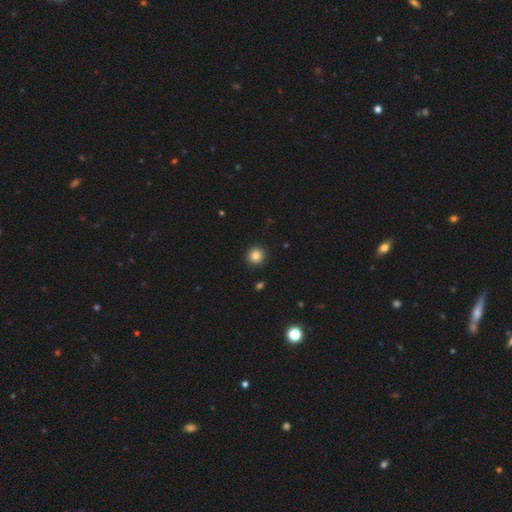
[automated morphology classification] smooth 84%, star or artifact 11%, featured or disk 5%. Down the decision tree: how rounded — round (92%); merging — none (92%).